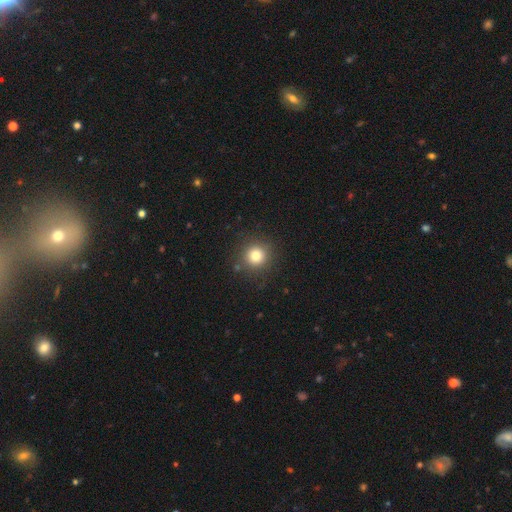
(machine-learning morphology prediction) smooth-or-featured: smooth: 79% | star or artifact: 14% | featured or disk: 7%
  how-rounded: round: 94% | in between: 5% | cigar-shaped: 1%
  merging: none: 88% | minor disturbance: 7% | major disturbance: 3% | merger: 2%